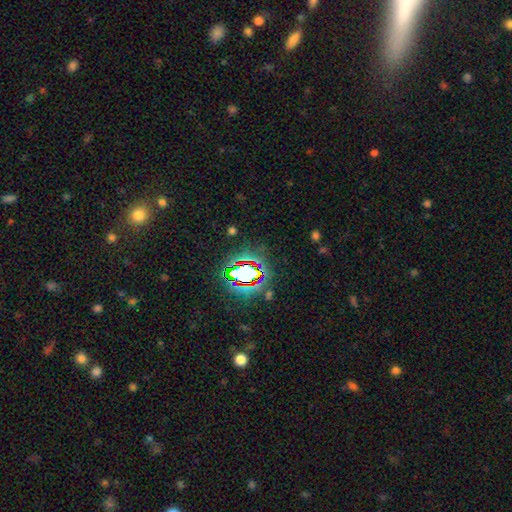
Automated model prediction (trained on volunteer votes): smooth_or_featured: star or artifact (p=0.79) [alt: smooth p=0.12]